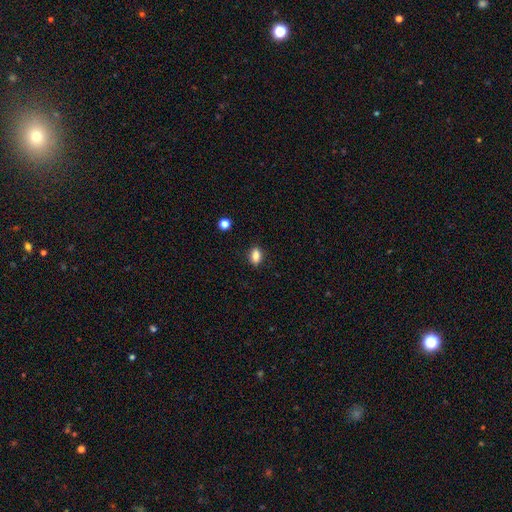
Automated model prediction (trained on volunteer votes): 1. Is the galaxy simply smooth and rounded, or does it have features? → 85% smooth, 9% star or artifact, 5% featured or disk.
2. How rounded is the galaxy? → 82% in between, 15% round, 3% cigar-shaped.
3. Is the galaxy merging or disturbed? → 88% none, 9% minor disturbance, 2% major disturbance, 1% merger.